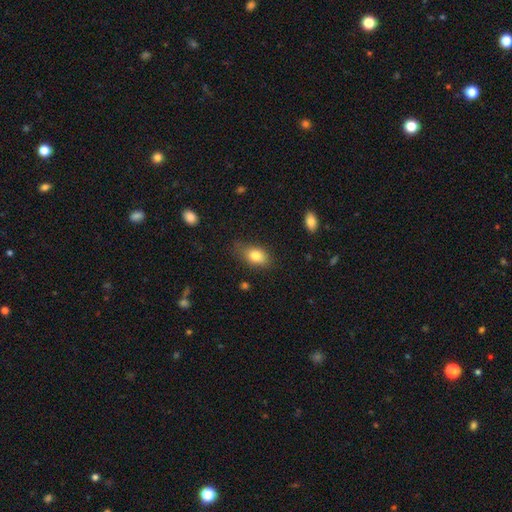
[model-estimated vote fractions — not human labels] Smooth or featured?
  - smooth: 80% *
  - featured or disk: 11%
  - star or artifact: 9%
How rounded?
  - in between: 84% *
  - round: 13%
  - cigar-shaped: 3%
Merging?
  - none: 66% *
  - minor disturbance: 26%
  - major disturbance: 6%
  - merger: 2%